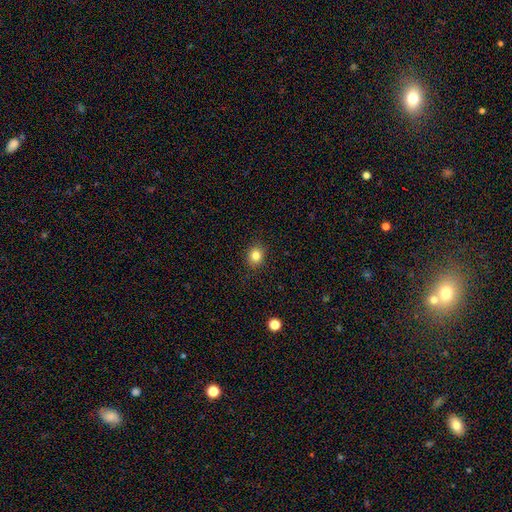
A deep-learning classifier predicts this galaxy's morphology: Smooth or featured?
  - smooth: 82% *
  - star or artifact: 11%
  - featured or disk: 6%
How rounded?
  - round: 70% *
  - in between: 29%
  - cigar-shaped: 1%
Merging?
  - none: 89% *
  - minor disturbance: 8%
  - major disturbance: 2%
  - merger: 1%